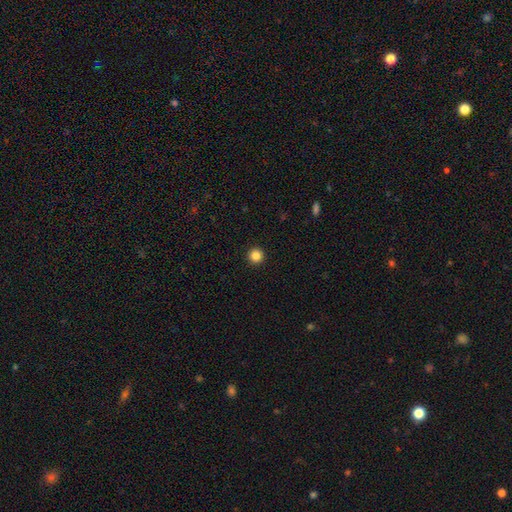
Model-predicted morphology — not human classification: smooth-or-featured: smooth: 85% | star or artifact: 11% | featured or disk: 4%
  how-rounded: round: 96% | in between: 3% | cigar-shaped: 1%
  merging: none: 94% | minor disturbance: 4% | major disturbance: 1% | merger: 1%